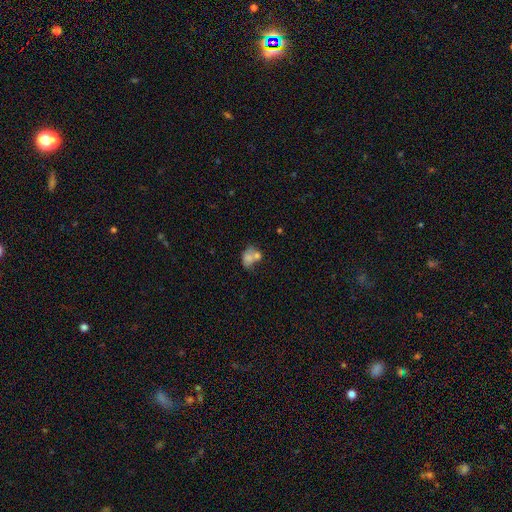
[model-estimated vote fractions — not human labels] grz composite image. It shows a smooth galaxy with no disk features (63%) that is in between round and cigar-shaped (67%). Merging: merger (51%).